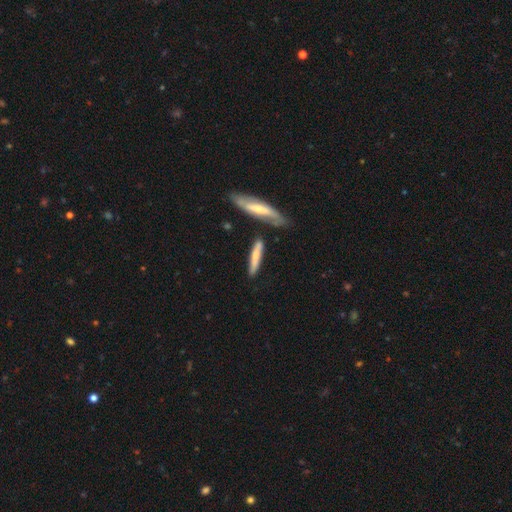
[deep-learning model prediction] smooth-or-featured: smooth: 62% | featured or disk: 33% | star or artifact: 5%
  how-rounded: cigar-shaped: 88% | in between: 10% | round: 2%
  merging: none: 73% | minor disturbance: 15% | merger: 9% | major disturbance: 4%